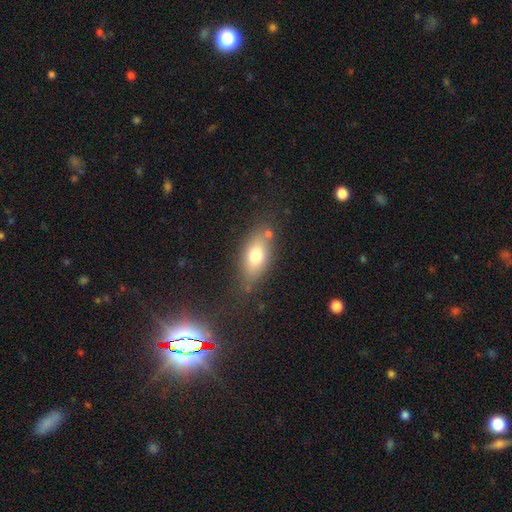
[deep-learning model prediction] Smooth or featured? Predicted: smooth (p=0.72). How rounded? Predicted: in between (p=0.82). Merging? Predicted: none (p=0.69).